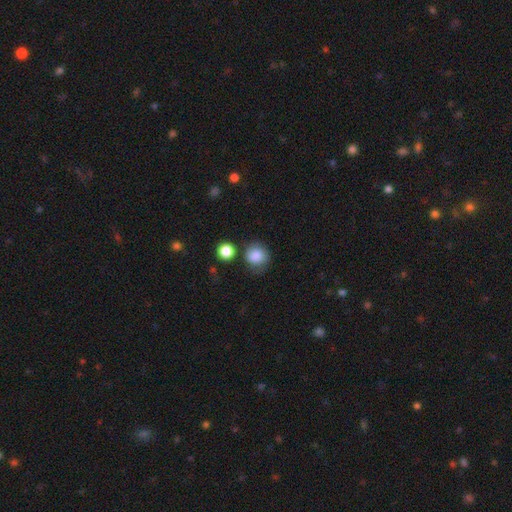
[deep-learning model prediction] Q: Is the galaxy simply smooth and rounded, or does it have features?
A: smooth — 82%.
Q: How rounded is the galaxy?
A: round — 83%.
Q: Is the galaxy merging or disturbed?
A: none — 63%.